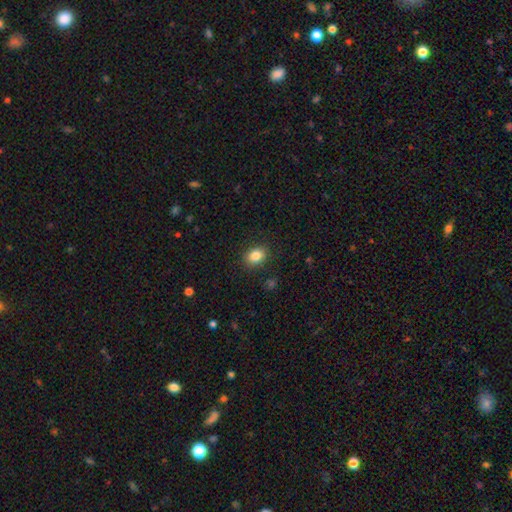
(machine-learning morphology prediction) Smooth or featured?
  - smooth: 84% *
  - star or artifact: 10%
  - featured or disk: 6%
How rounded?
  - in between: 59% *
  - round: 40%
  - cigar-shaped: 1%
Merging?
  - none: 88% *
  - minor disturbance: 9%
  - major disturbance: 3%
  - merger: 1%